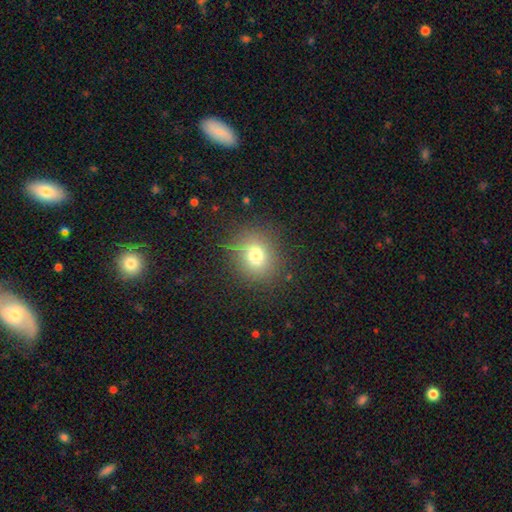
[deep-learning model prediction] A smooth galaxy with no disk features (74%) that is round (75%). Merging: none (83%).